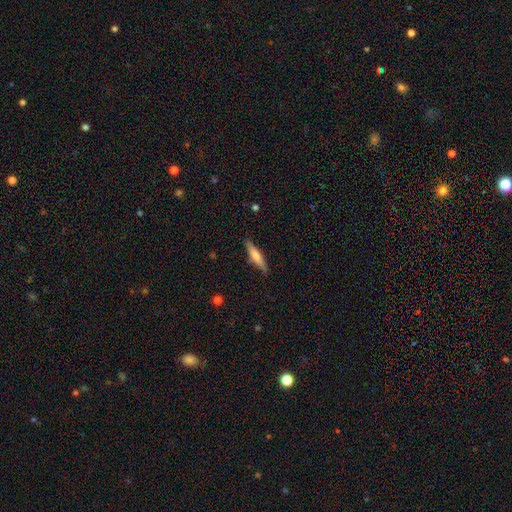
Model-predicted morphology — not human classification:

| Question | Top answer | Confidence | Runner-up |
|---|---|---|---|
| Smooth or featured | smooth | 67% | featured or disk (28%) |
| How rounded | cigar-shaped | 85% | in between (13%) |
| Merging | none | 86% | minor disturbance (11%) |